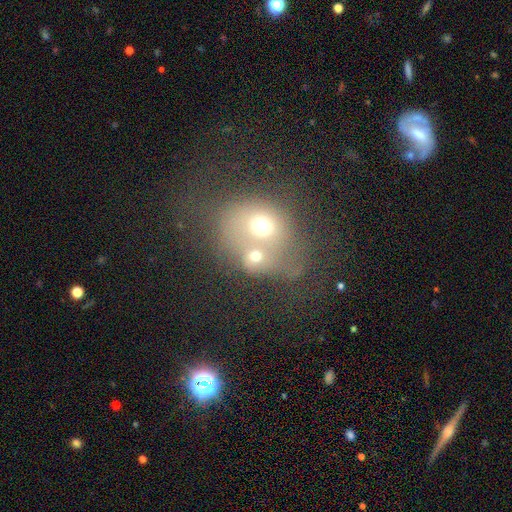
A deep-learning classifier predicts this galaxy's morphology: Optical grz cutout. It shows a smooth galaxy with no disk features (59%) that is round (63%). Merging: merger (70%).